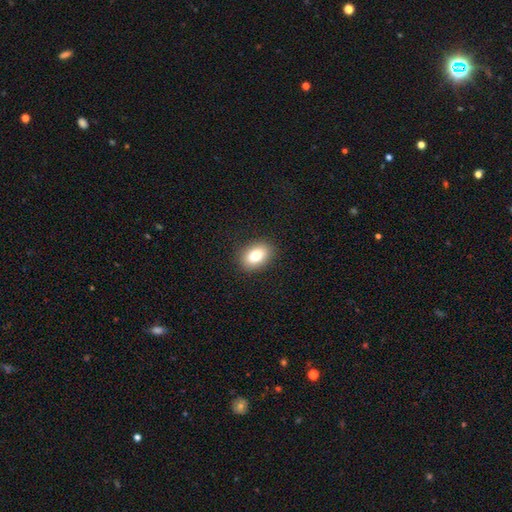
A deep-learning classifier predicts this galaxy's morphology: This appears to be a smooth galaxy with no disk features (82%) that is in between round and cigar-shaped (82%). Merging: none (89%).